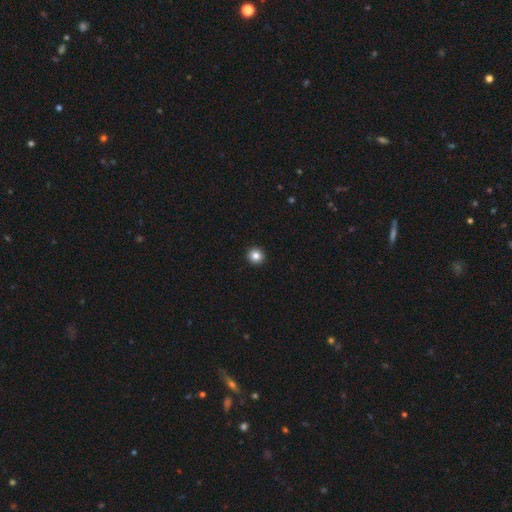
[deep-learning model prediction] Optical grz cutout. It shows a smooth galaxy with no disk features (84%) that is round (94%). Merging: none (94%).